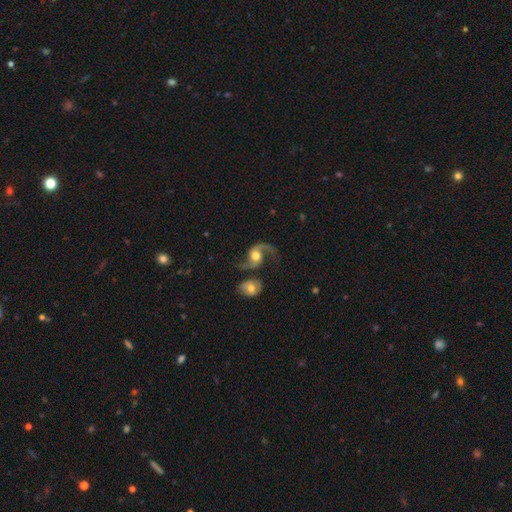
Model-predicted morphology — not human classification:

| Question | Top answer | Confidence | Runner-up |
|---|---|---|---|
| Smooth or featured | featured or disk | 88% | smooth (7%) |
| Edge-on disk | no | 97% | yes (3%) |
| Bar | no | 63% | weak (28%) |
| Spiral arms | yes | 96% | no (4%) |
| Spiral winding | loose | 76% | medium (20%) |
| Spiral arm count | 2 | 91% | 1 (5%) |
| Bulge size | moderate | 62% | large (23%) |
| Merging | none | 60% | minor disturbance (15%) |